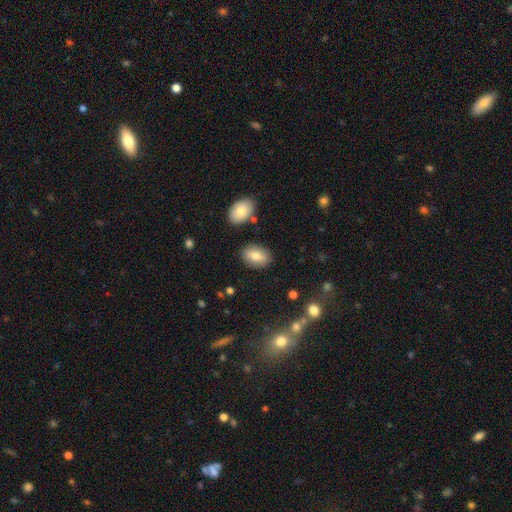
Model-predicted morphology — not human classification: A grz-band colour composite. It shows a smooth galaxy with no disk features (77%) that is in between round and cigar-shaped (83%). Merging: none (85%).